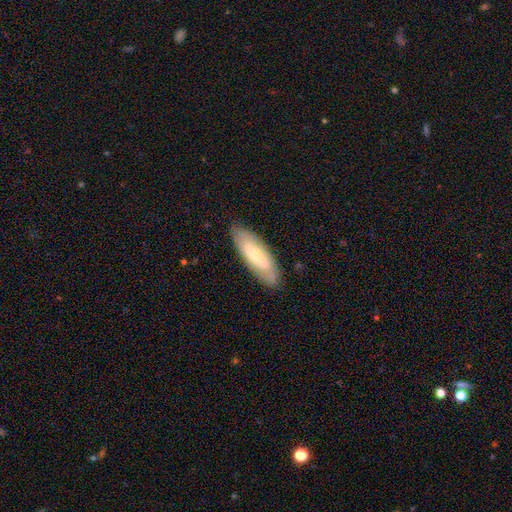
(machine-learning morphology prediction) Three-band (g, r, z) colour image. It shows a smooth galaxy with no disk features (48%). Merging: none (83%).